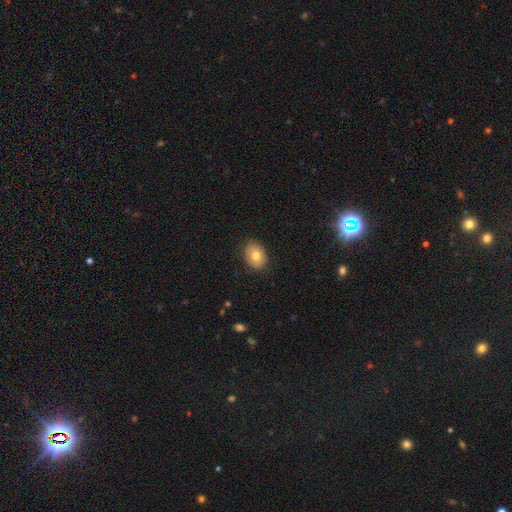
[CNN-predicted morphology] Q: Smooth or featured?
A: smooth (77%); runner-up: featured or disk (15%)
Q: How rounded?
A: in between (64%); runner-up: round (35%)
Q: Merging?
A: none (88%); runner-up: minor disturbance (9%)